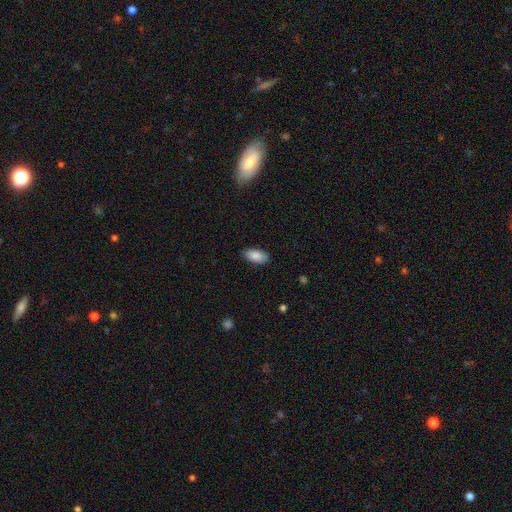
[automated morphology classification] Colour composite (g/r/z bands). It shows a smooth galaxy with no disk features (88%) that is in between round and cigar-shaped (94%). Merging: none (87%).